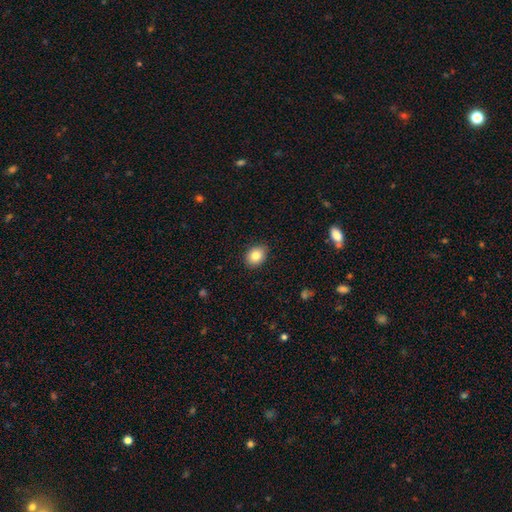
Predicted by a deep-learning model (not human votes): Smooth or featured: smooth — 84% (star or artifact — 9%)
How rounded: in between — 53% (round — 46%)
Merging: none — 87% (minor disturbance — 10%)